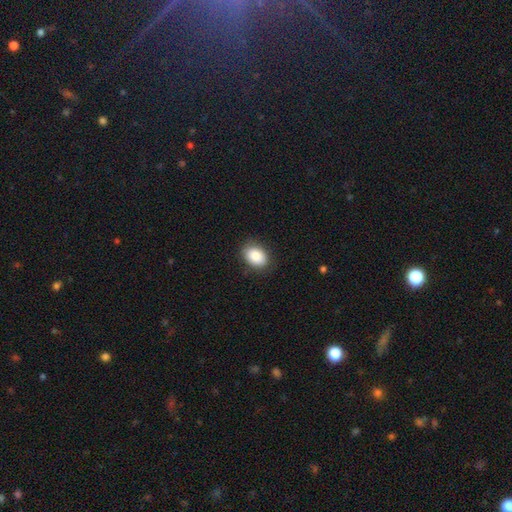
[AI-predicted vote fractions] Smooth or featured: smooth — 87% (star or artifact — 7%)
How rounded: in between — 75% (round — 24%)
Merging: none — 85% (minor disturbance — 12%)